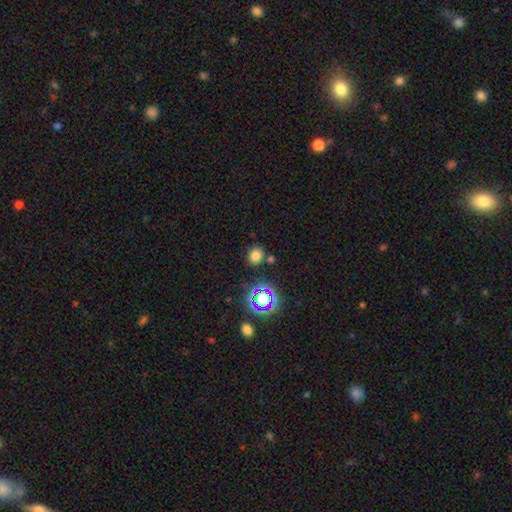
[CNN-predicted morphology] Overall: smooth (73%). How rounded: round (73%). Merging: none (80%).